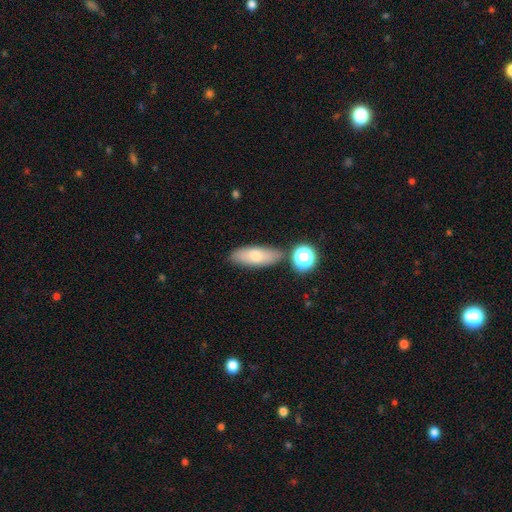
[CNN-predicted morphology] Overall: smooth (73%). How rounded: in between (65%; cigar-shaped 31%). Merging: none (76%).